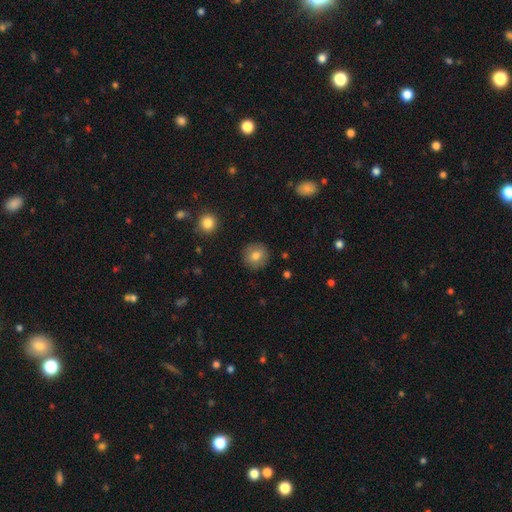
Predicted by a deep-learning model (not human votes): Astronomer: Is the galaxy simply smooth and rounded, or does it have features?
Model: smooth — 79%.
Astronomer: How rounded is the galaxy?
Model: round — 91%.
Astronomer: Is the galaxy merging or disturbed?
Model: none — 89%.